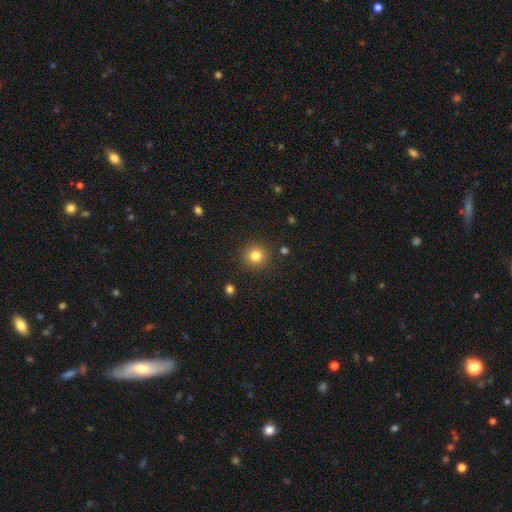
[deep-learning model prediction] Smooth or featured? smooth (82%)
How rounded? round (93%)
Merging? none (90%)